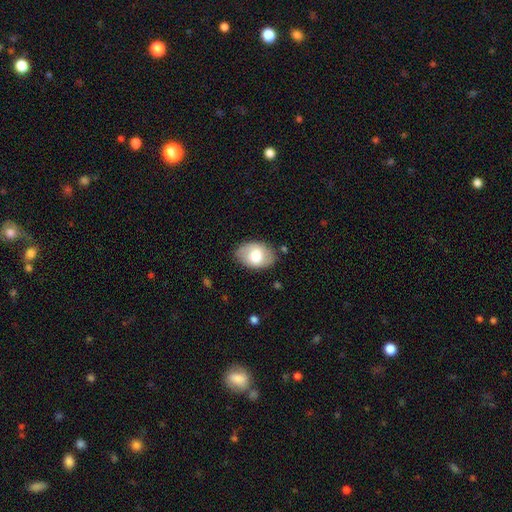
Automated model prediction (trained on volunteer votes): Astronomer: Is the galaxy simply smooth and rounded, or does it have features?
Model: smooth — 69%.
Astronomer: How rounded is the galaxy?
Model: in between — 88%.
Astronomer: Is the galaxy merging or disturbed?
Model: none — 79%.